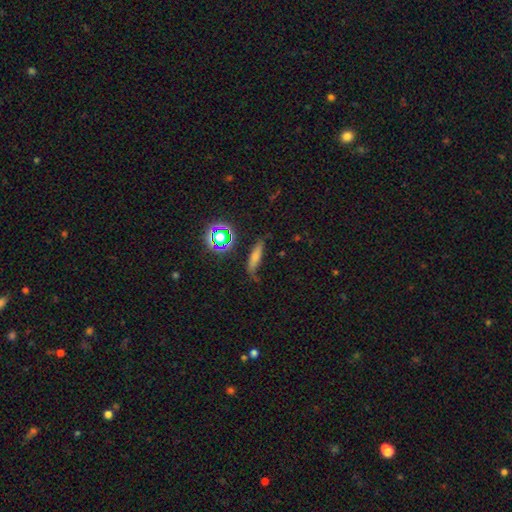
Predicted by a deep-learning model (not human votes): Morphology: type=smooth (57%); roundness=cigar-shaped (70%); merging=none (63%).